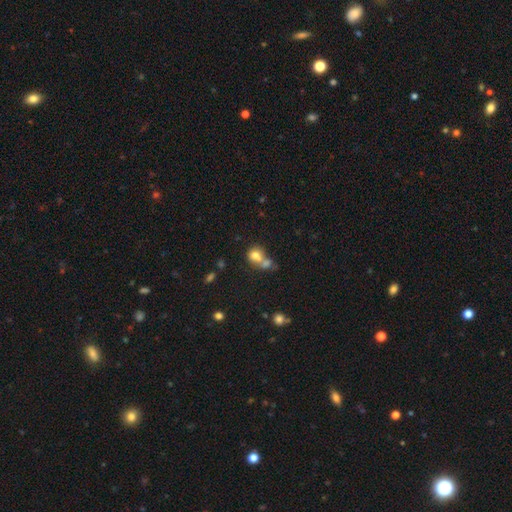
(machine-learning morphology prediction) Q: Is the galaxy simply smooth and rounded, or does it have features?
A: smooth — 73%.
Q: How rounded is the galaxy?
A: round — 74%.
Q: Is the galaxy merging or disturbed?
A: merger — 58%.